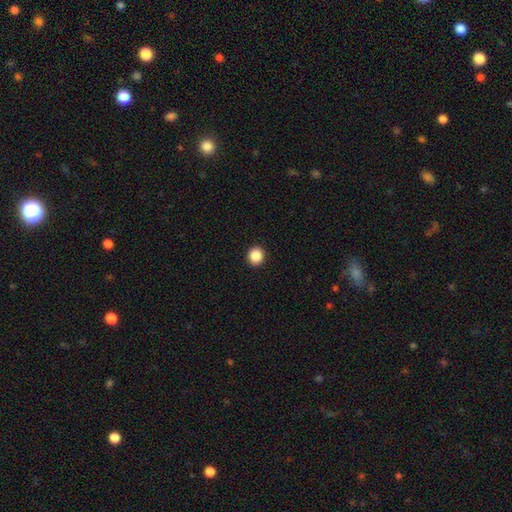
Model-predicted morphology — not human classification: Smooth or featured? Predicted: smooth (p=0.88). How rounded? Predicted: round (p=0.91). Merging? Predicted: none (p=0.93).